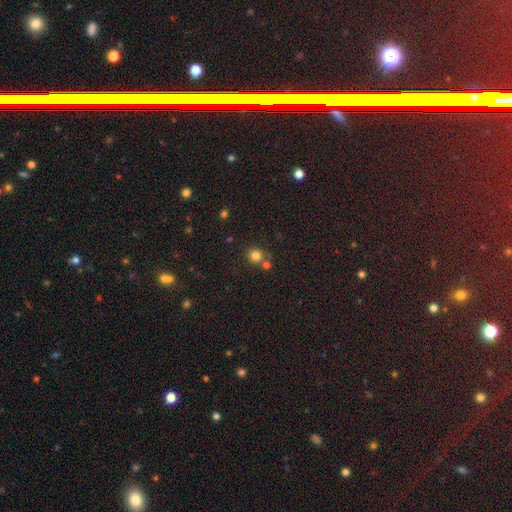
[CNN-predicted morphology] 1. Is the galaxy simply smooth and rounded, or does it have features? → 80% smooth, 14% star or artifact, 6% featured or disk.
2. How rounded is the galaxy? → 91% round, 8% in between, 1% cigar-shaped.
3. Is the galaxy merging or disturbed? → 71% none, 18% merger, 8% minor disturbance, 3% major disturbance.